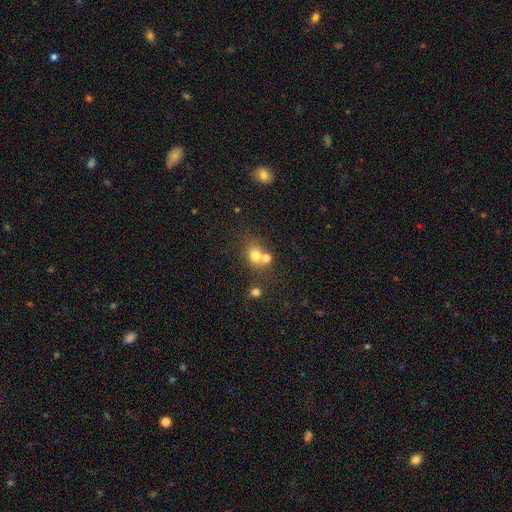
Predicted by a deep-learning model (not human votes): Smooth or featured? smooth (71%)
How rounded? round (62%)
Merging? none (48%)